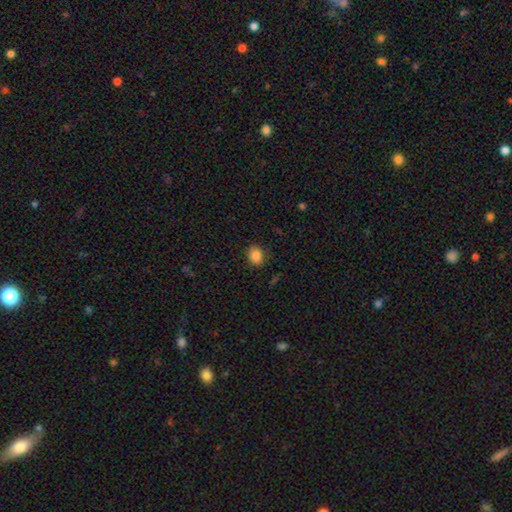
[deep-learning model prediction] The model was most divided on "how rounded": in between: 59%, round: 40%, cigar-shaped: 1%. More confident: merging — none (88%); smooth or featured — smooth (86%).